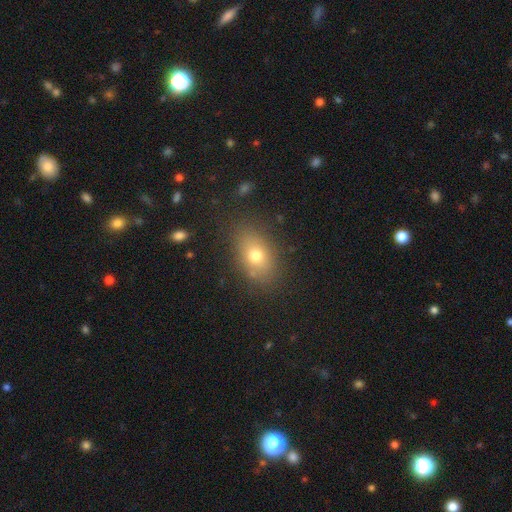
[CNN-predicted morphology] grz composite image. It shows a smooth galaxy with no disk features (72%) that is in between round and cigar-shaped (80%). Merging: none (81%).